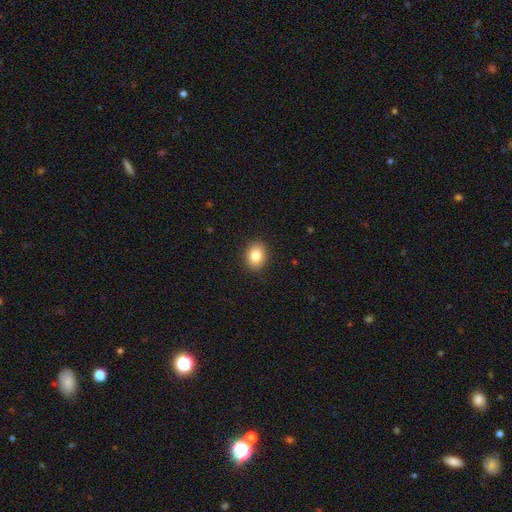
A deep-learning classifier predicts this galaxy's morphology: smooth_or_featured: smooth (p=0.84) [alt: star or artifact p=0.09]
how_rounded: in between (p=0.52) [alt: round p=0.47]
merging: none (p=0.90) [alt: minor disturbance p=0.07]